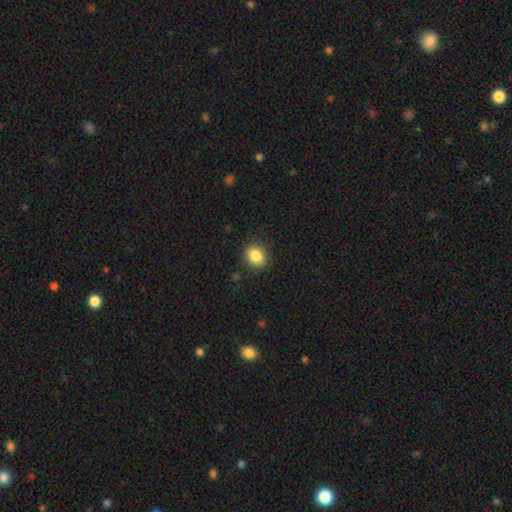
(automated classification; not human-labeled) Smooth or featured? smooth (86%)
How rounded? round (54%)
Merging? none (88%)